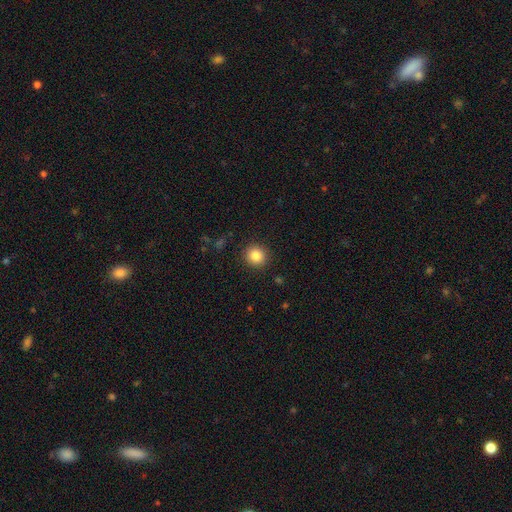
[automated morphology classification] This is clearly a smooth galaxy (84%). How rounded: clearly round (92%). Merging: clearly none (91%).